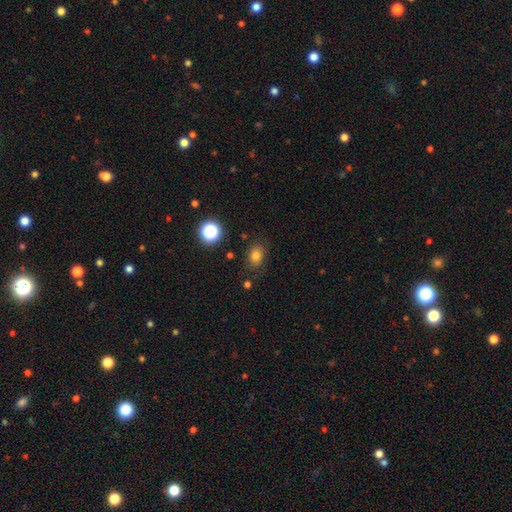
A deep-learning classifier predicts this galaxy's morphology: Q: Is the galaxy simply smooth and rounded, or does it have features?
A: smooth — 77%.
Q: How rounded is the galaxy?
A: in between — 61%.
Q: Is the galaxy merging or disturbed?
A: none — 81%.